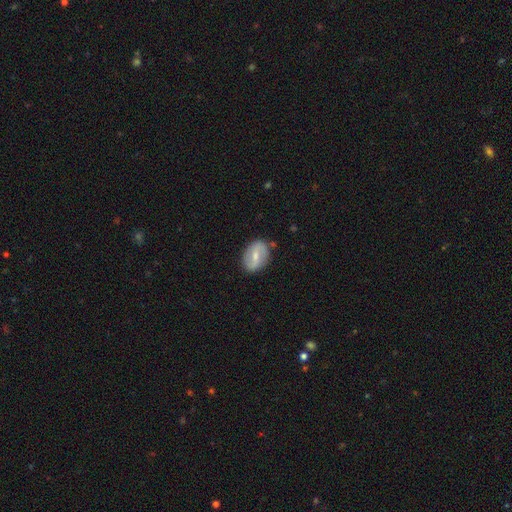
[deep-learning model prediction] featured or disk 60%, smooth 34%, star or artifact 6%. Down the decision tree: edge-on disk — no (96%); bar — weak (48%); spiral arms — yes (74%); bulge size — moderate (46%, tied with small); merging — none (82%).